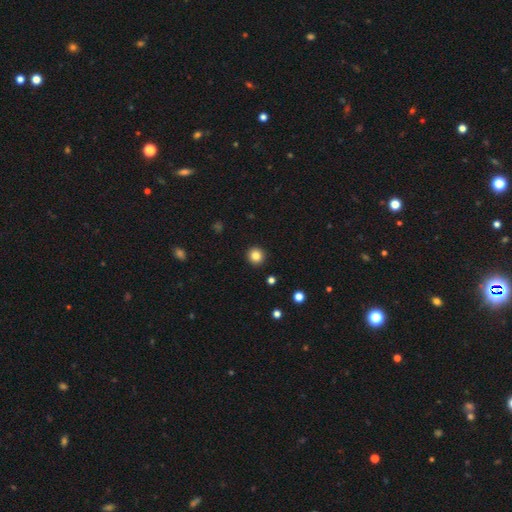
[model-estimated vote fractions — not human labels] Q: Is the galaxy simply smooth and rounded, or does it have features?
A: smooth — 84%.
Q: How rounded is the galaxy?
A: round — 93%.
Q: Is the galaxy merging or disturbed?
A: none — 93%.